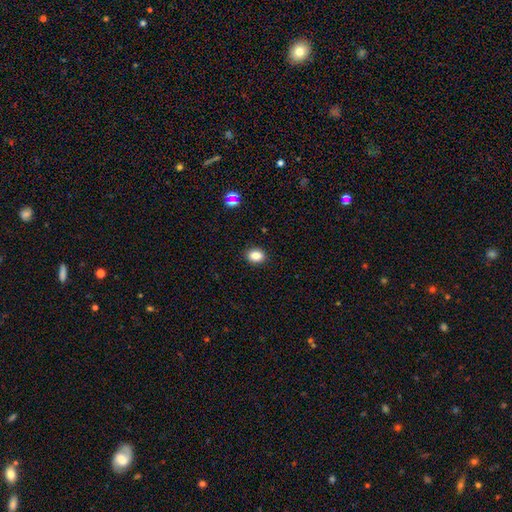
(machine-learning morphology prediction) Smooth or featured: smooth — 84% (star or artifact — 11%)
How rounded: in between — 56% (round — 43%)
Merging: none — 90% (minor disturbance — 7%)